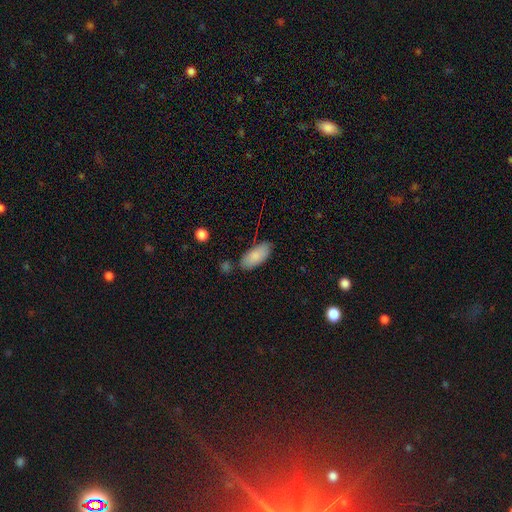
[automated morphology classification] smooth 86%, featured or disk 8%, star or artifact 6%. Down the decision tree: how rounded — in between (90%); merging — none (77%).